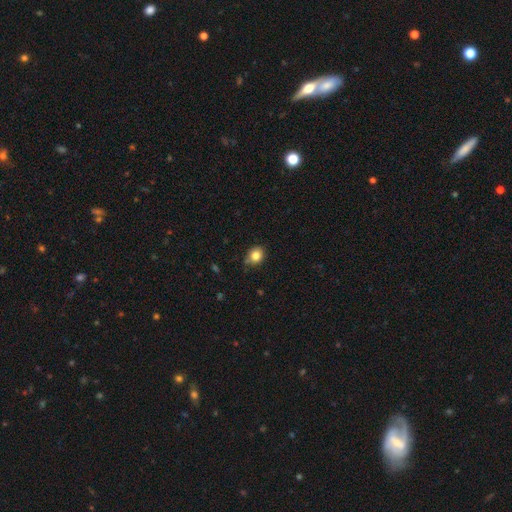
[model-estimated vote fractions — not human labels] Morphology: type=smooth (83%); roundness=round (63%); merging=none (75%).